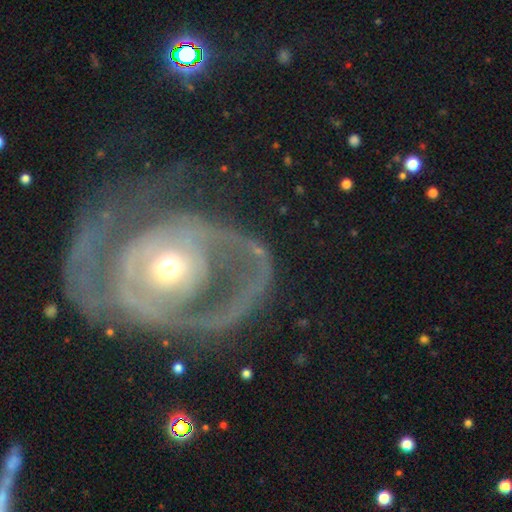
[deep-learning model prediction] Smooth or featured: featured or disk — 75% (smooth — 17%)
Edge-on disk: no — 96% (yes — 4%)
Bar: no — 73% (weak — 16%)
Spiral arms: yes — 60% (no — 40%)
Bulge size: moderate — 53% (small — 39%)
Merging: major disturbance — 41% (none — 37%)